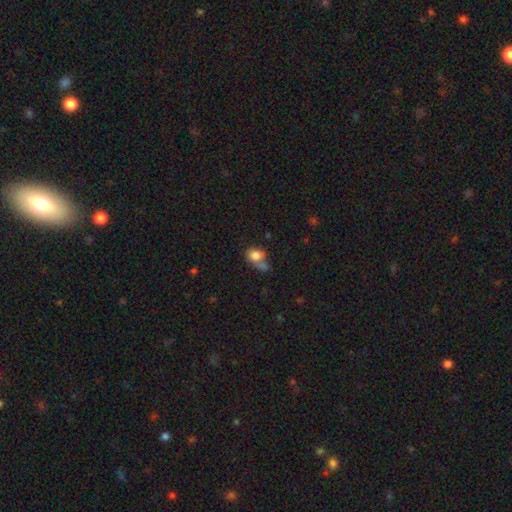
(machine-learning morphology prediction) smooth_or_featured: smooth (p=0.79) [alt: featured or disk p=0.12]
how_rounded: in between (p=0.55) [alt: round p=0.43]
merging: merger (p=0.31) [tied with: none p=0.31]